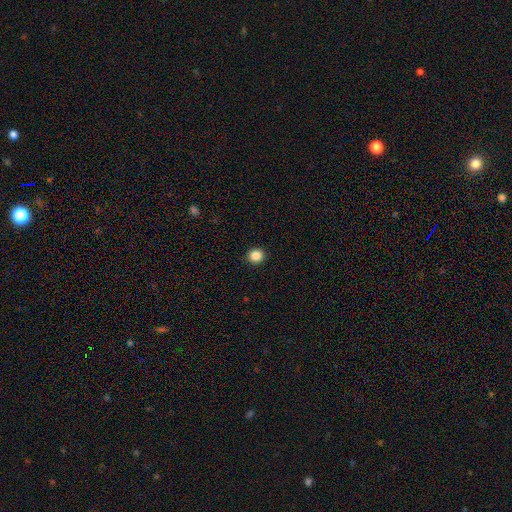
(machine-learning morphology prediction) This is clearly a smooth galaxy (86%). How rounded: clearly round (89%). Merging: clearly none (93%).